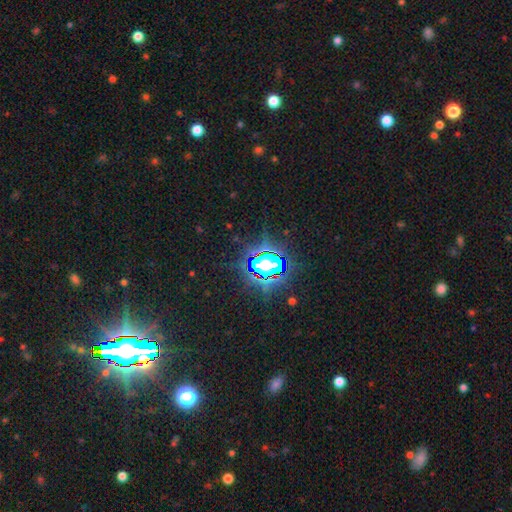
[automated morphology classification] Smooth or featured: star or artifact — 83% (smooth — 10%)